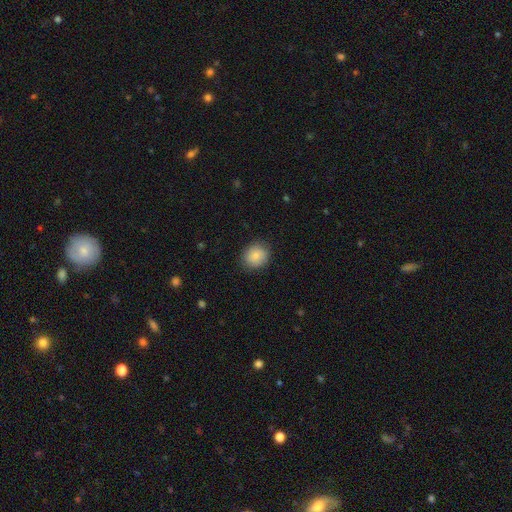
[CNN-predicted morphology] Smooth or featured: smooth — 86% (star or artifact — 8%)
How rounded: round — 79% (in between — 20%)
Merging: none — 87% (minor disturbance — 9%)